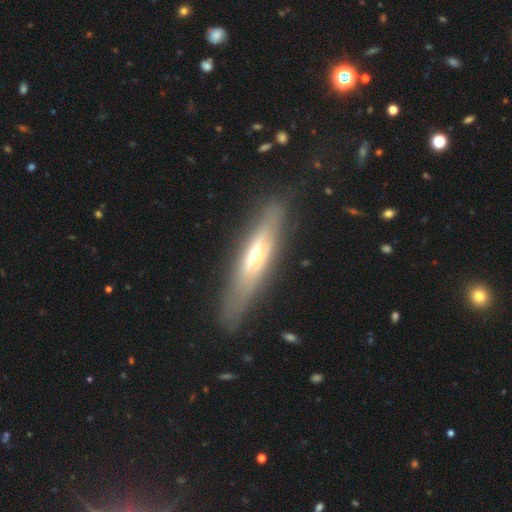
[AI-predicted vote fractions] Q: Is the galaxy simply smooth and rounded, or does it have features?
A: featured or disk — 66%.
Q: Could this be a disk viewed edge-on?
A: yes — 80%.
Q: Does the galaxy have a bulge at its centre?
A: rounded — 80%.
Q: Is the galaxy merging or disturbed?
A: none — 82%.